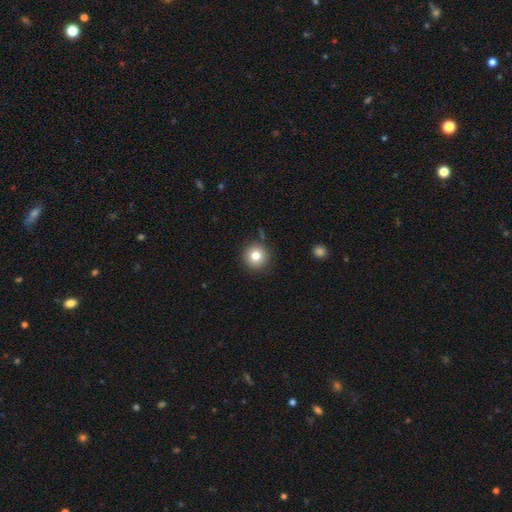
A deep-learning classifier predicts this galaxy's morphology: Q: Smooth or featured?
A: smooth (80%); runner-up: star or artifact (11%)
Q: How rounded?
A: round (95%); runner-up: in between (4%)
Q: Merging?
A: none (87%); runner-up: minor disturbance (8%)